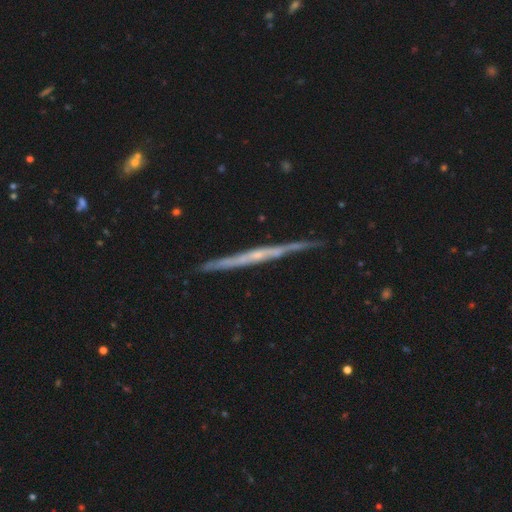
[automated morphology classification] Smooth or featured?
  - featured or disk: 77% *
  - smooth: 17%
  - star or artifact: 6%
Edge-on disk?
  - yes: 97% *
  - no: 3%
Edge-on bulge?
  - none: 59% *
  - rounded: 33%
  - boxy: 7%
Merging?
  - none: 84% *
  - minor disturbance: 12%
  - major disturbance: 2%
  - merger: 2%